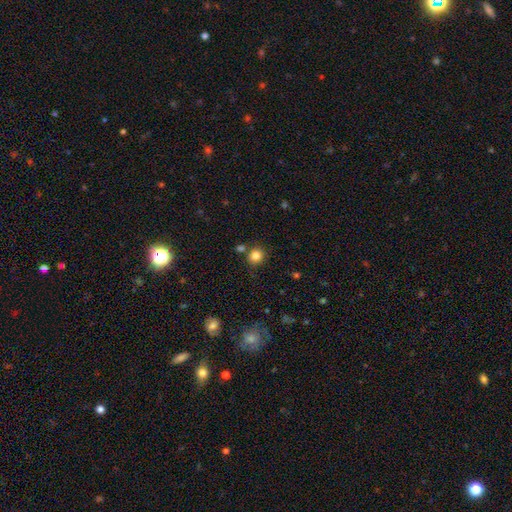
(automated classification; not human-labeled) This is clearly a smooth galaxy (83%). How rounded: clearly round (87%). Merging: likely none (78%).